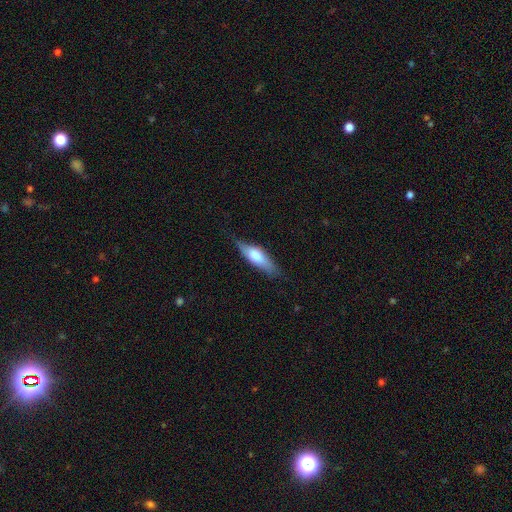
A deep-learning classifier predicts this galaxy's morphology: Smooth or featured? Predicted: smooth (p=0.62). How rounded? Predicted: in between (p=0.53). Merging? Predicted: none (p=0.72).